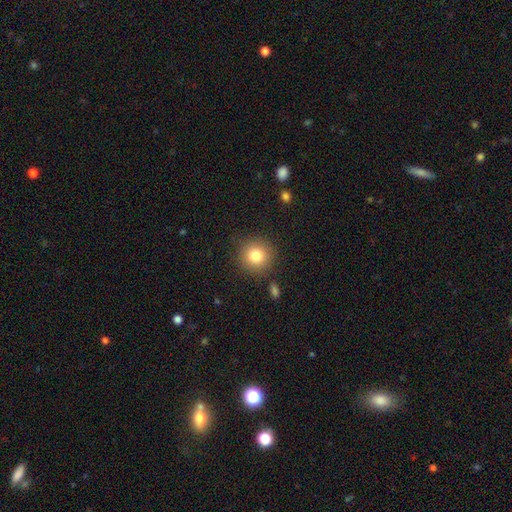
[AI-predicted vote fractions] Smooth or featured? Predicted: smooth (p=0.81). How rounded? Predicted: round (p=0.93). Merging? Predicted: none (p=0.87).